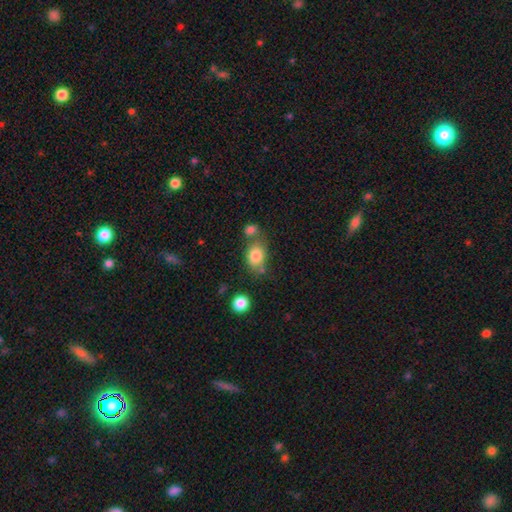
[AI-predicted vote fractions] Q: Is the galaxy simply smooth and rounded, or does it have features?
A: smooth — 82%.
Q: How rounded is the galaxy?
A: in between — 64%.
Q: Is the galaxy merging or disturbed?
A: none — 56%.